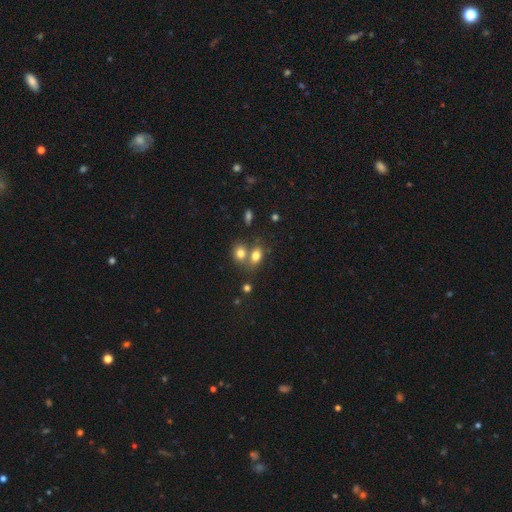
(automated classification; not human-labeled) Q: Smooth or featured?
A: smooth (78%); runner-up: star or artifact (12%)
Q: How rounded?
A: in between (70%); runner-up: round (28%)
Q: Merging?
A: merger (43%); runner-up: none (42%)